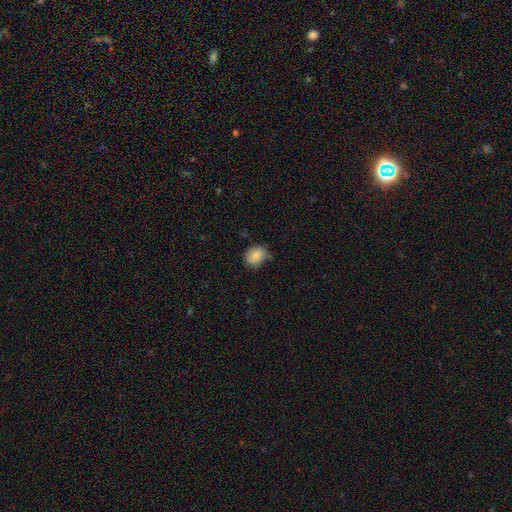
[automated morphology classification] Smooth or featured? smooth (85%)
How rounded? in between (51%)
Merging? none (68%)